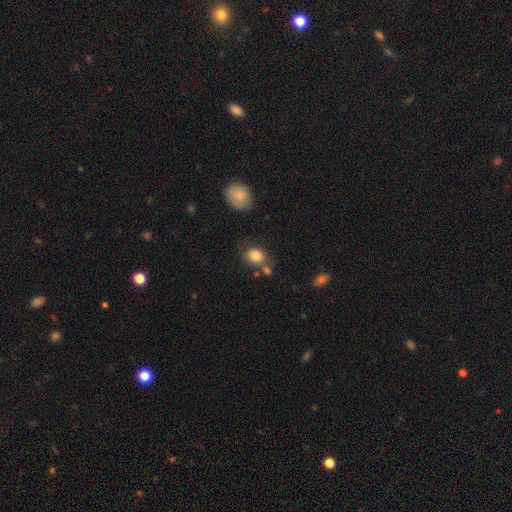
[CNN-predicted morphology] Smooth or featured? smooth (84%)
How rounded? in between (51%)
Merging? none (64%)